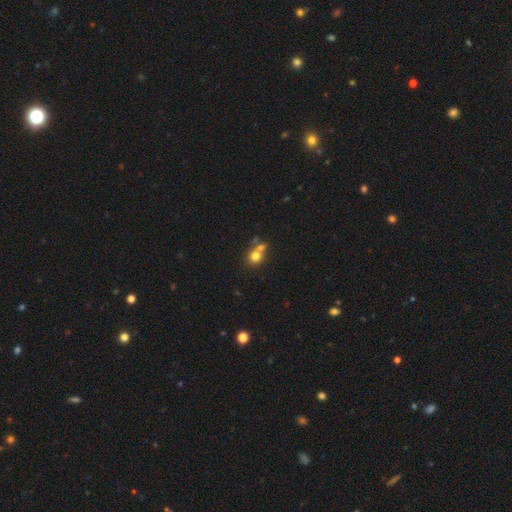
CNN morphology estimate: Smooth or featured? Predicted: smooth (p=0.74). How rounded? Predicted: round (p=0.76). Merging? Predicted: none (p=0.44).